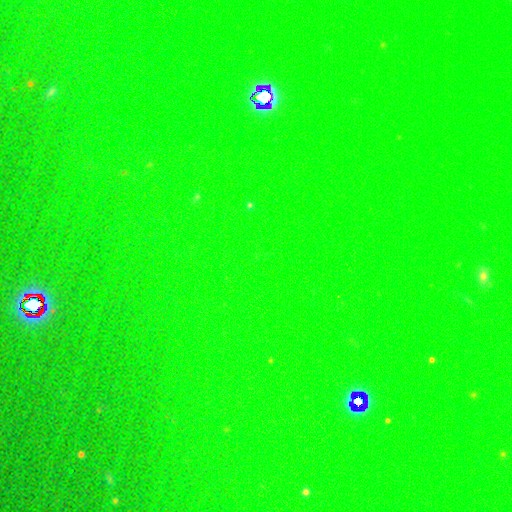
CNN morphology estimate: Smooth or featured?
  - star or artifact: 75% *
  - smooth: 16%
  - featured or disk: 9%